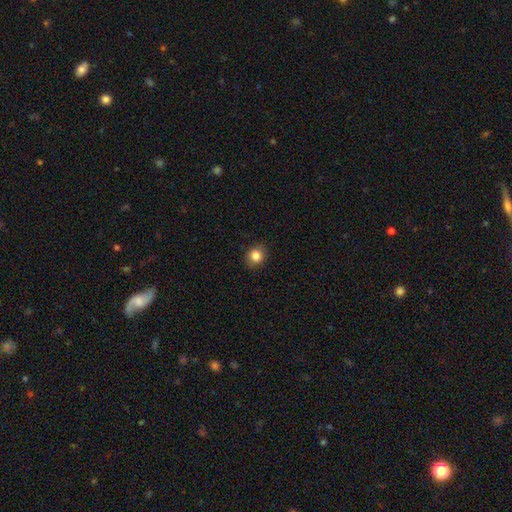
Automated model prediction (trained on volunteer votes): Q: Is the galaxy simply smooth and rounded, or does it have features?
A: smooth — 84%.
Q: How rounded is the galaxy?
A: round — 79%.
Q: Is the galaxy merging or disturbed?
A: none — 88%.